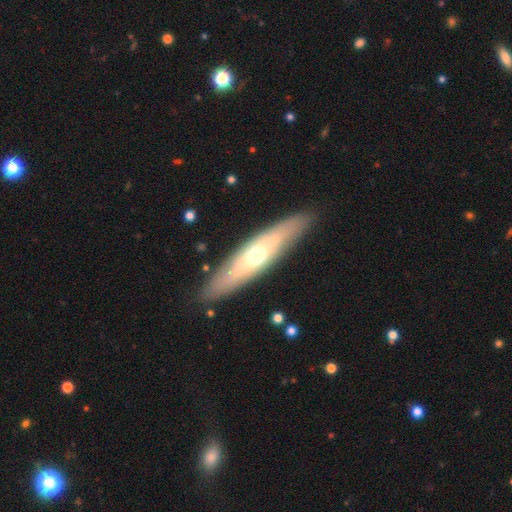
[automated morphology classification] Smooth or featured: featured or disk — 56% (smooth — 39%)
Edge-on disk: yes — 56% (no — 44%)
Merging: none — 86% (minor disturbance — 10%)